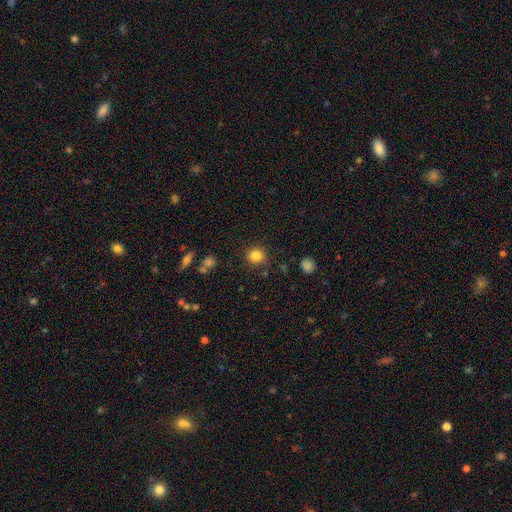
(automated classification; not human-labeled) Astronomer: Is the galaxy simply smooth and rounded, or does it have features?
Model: smooth — 84%.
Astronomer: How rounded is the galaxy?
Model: round — 88%.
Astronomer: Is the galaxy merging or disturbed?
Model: none — 85%.